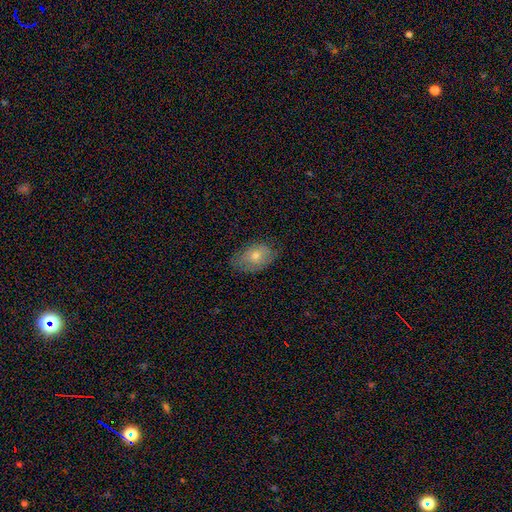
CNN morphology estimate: A smooth galaxy with no disk features (53%) that is in between round and cigar-shaped (84%). Merging: none (71%).